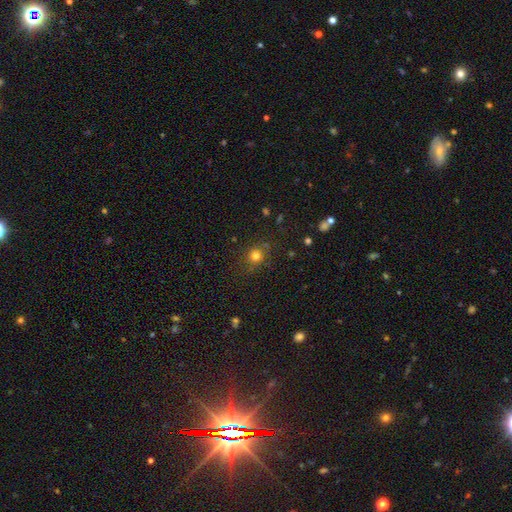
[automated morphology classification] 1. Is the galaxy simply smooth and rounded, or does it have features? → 78% smooth, 15% star or artifact, 7% featured or disk.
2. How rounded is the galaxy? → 84% round, 15% in between, 1% cigar-shaped.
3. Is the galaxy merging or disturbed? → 80% none, 12% minor disturbance, 5% major disturbance, 2% merger.